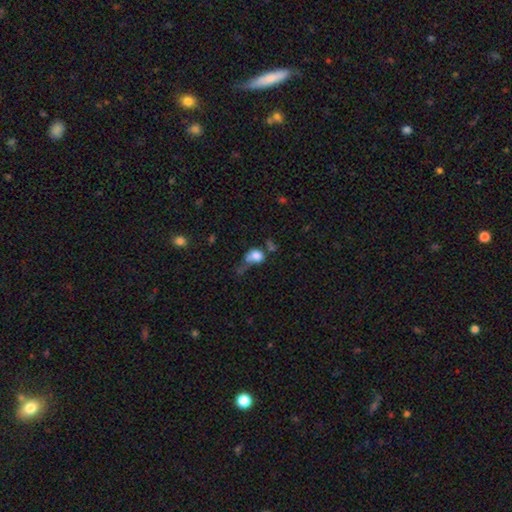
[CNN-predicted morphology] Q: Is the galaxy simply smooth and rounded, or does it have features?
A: smooth — 74%.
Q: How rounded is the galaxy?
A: in between — 56%.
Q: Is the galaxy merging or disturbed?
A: major disturbance — 34%.